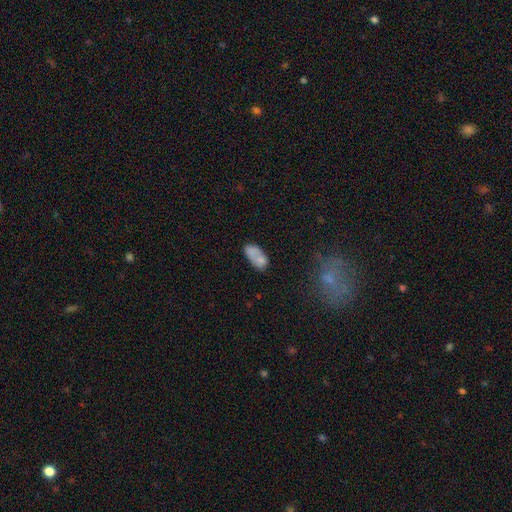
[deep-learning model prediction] Smooth or featured? Predicted: smooth (p=0.70). How rounded? Predicted: in between (p=0.90). Merging? Predicted: none (p=0.40).